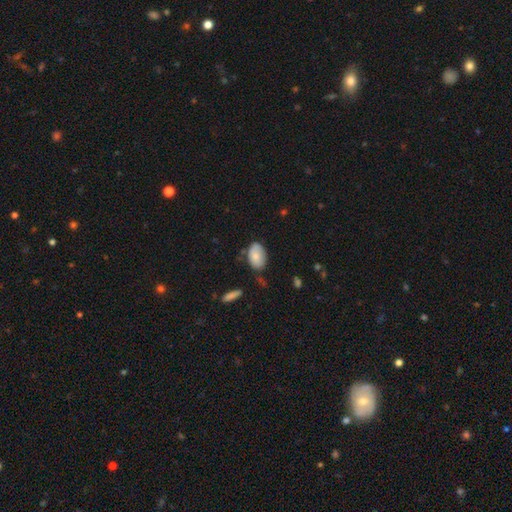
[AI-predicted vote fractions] A smooth galaxy with no disk features (80%) that is in between round and cigar-shaped (91%). Merging: none (63%).